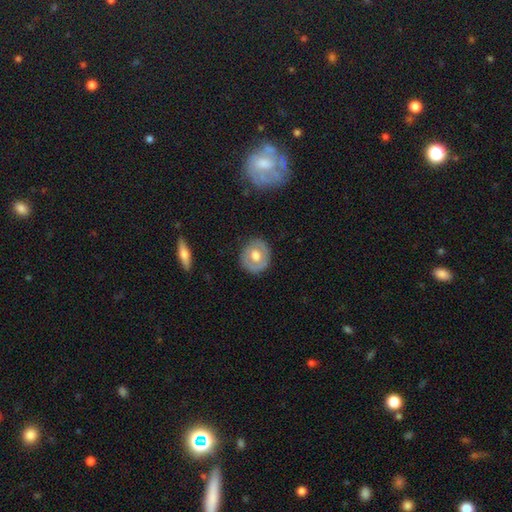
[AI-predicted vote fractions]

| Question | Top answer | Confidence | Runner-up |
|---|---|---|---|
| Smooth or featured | smooth | 51% | featured or disk (43%) |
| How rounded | round | 76% | in between (23%) |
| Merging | none | 83% | minor disturbance (12%) |